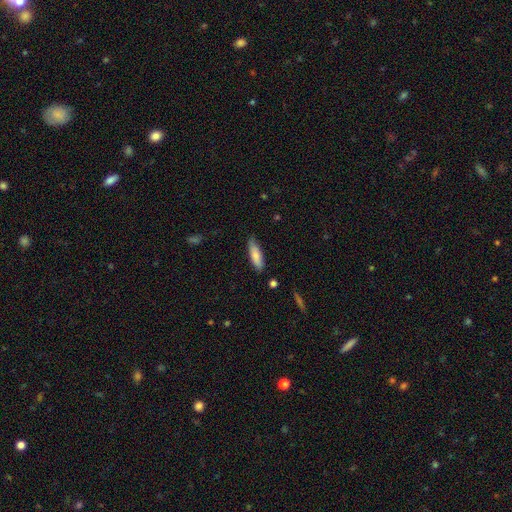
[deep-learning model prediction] smooth 79%, featured or disk 15%, star or artifact 6%. Down the decision tree: how rounded — cigar-shaped (57%); merging — none (82%).